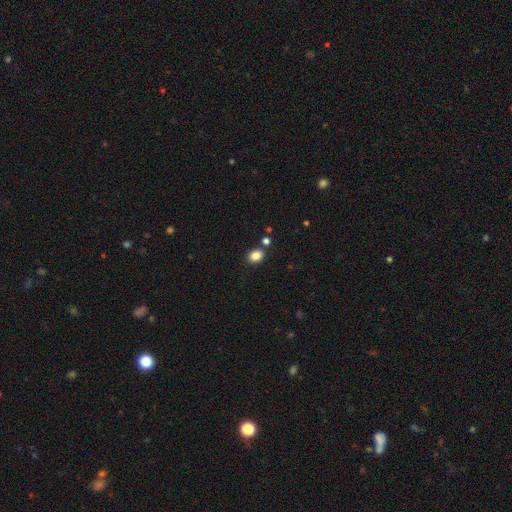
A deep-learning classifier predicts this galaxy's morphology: This appears to be a smooth galaxy with no disk features (85%) that is in between round and cigar-shaped (55%). Merging: none (80%).